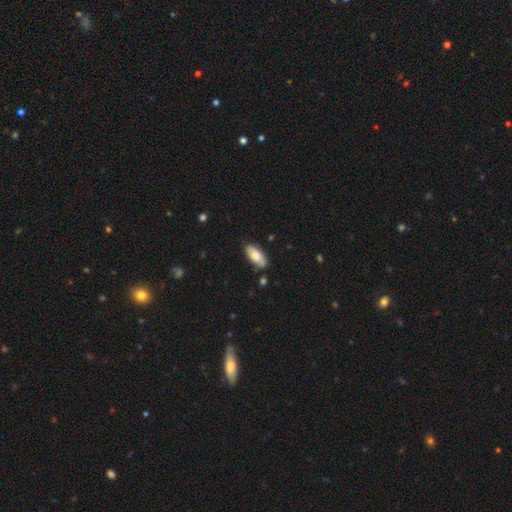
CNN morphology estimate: Smooth or featured?
  - smooth: 79% *
  - featured or disk: 14%
  - star or artifact: 6%
How rounded?
  - in between: 89% *
  - cigar-shaped: 9%
  - round: 2%
Merging?
  - none: 75% *
  - minor disturbance: 18%
  - merger: 3%
  - major disturbance: 3%